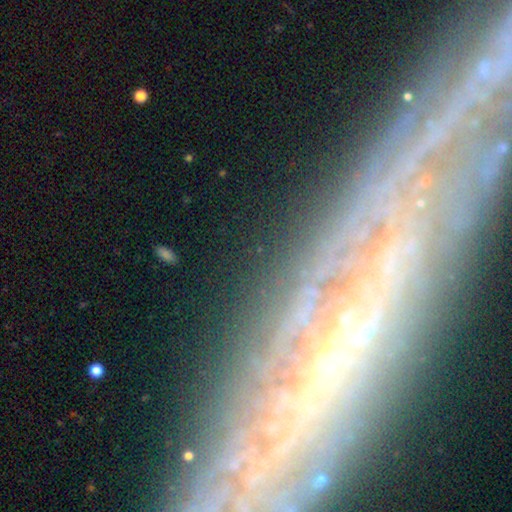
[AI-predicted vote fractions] This is likely a featured or disk galaxy (63%). It is possibly not viewed edge-on (51%). Merging: likely none (78%).